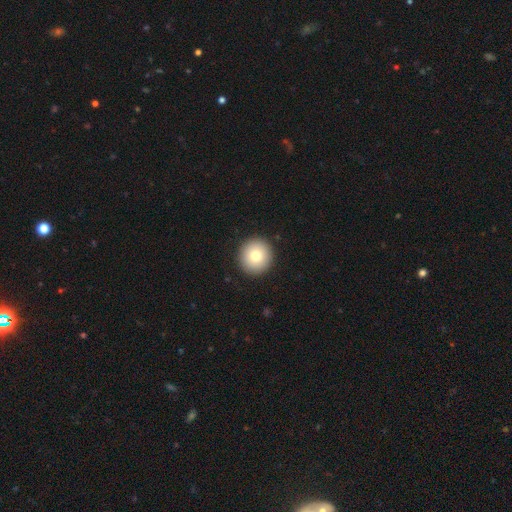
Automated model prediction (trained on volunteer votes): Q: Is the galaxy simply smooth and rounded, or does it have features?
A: smooth — 79%.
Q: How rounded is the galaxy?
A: round — 94%.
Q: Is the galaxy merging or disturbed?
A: none — 92%.